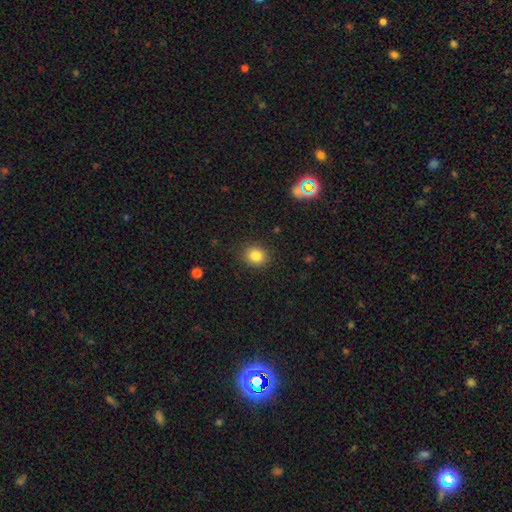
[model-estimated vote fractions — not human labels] Smooth or featured: smooth — 84% (star or artifact — 11%)
How rounded: round — 76% (in between — 24%)
Merging: none — 89% (minor disturbance — 8%)